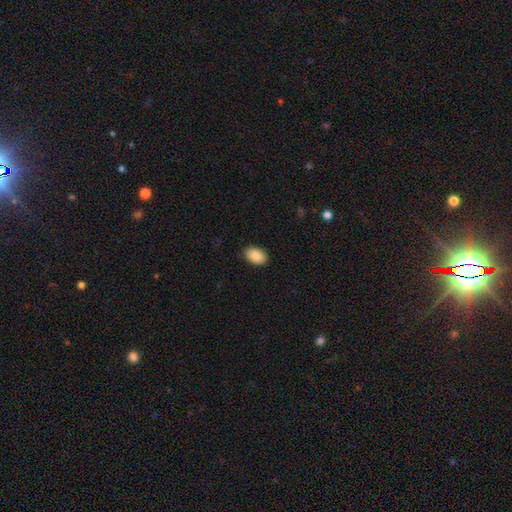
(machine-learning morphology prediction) This appears to be a smooth galaxy with no disk features (88%) that is in between round and cigar-shaped (89%). Merging: none (89%).